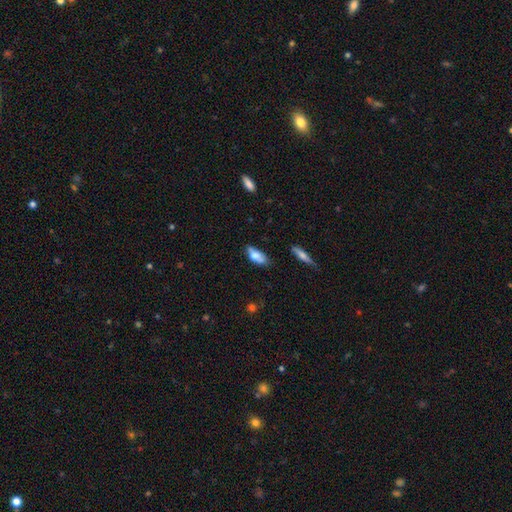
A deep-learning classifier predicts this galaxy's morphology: type=smooth (74%); roundness=in between (80%); merging=none (55%).